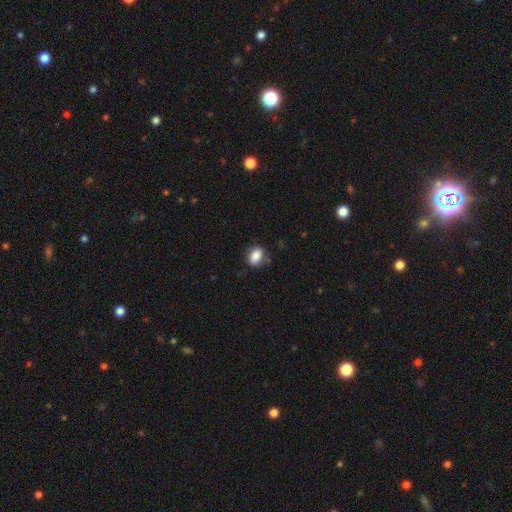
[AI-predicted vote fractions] Smooth or featured? Predicted: smooth (p=0.84). How rounded? Predicted: in between (p=0.68). Merging? Predicted: none (p=0.76).